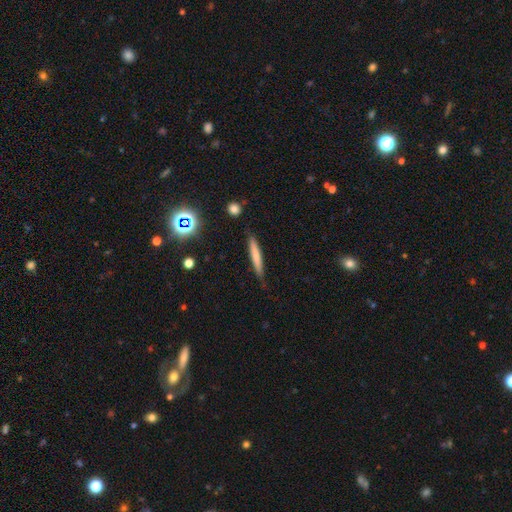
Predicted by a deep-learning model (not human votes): Q: Smooth or featured?
A: smooth (68%); runner-up: featured or disk (25%)
Q: How rounded?
A: cigar-shaped (94%); runner-up: in between (5%)
Q: Merging?
A: none (81%); runner-up: minor disturbance (14%)